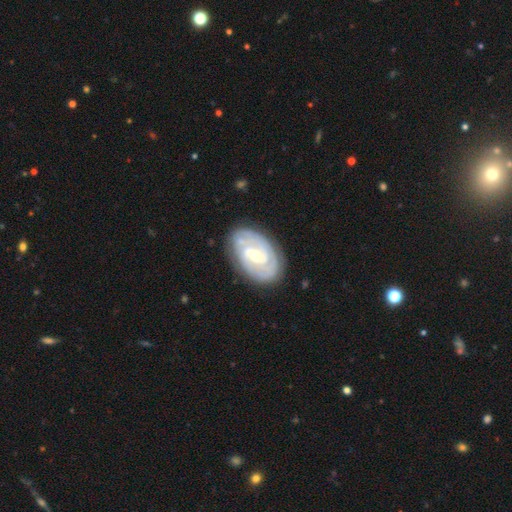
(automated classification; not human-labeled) The model was most divided on "spiral arm count": 2: 34%, can't tell: 30%, 3: 20%, 4: 8%, 1: 4%, more than 4: 4%. Remaining: edge-on disk — no (96%); spiral arms — yes (93%); smooth or featured — featured or disk (83%); merging — none (81%); spiral winding — tight (71%); bulge size — moderate (60%); bar — weak (48%).